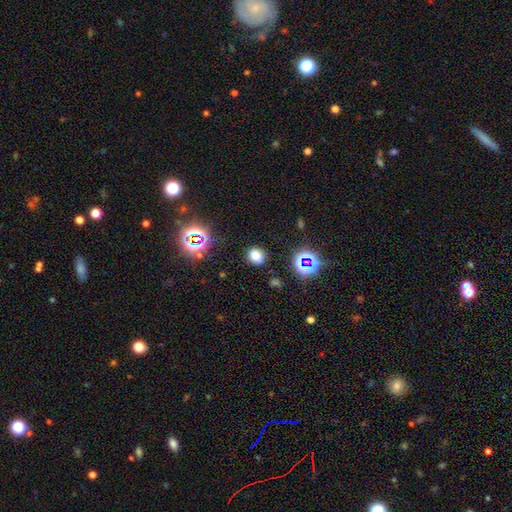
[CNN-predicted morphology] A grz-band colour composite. It shows a smooth galaxy with no disk features (73%) that is round (58%). Merging: none (86%).